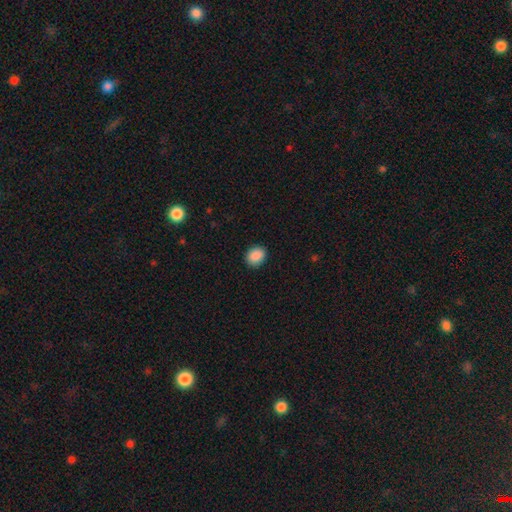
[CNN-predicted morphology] type=smooth (89%); roundness=round (56%); merging=none (89%).